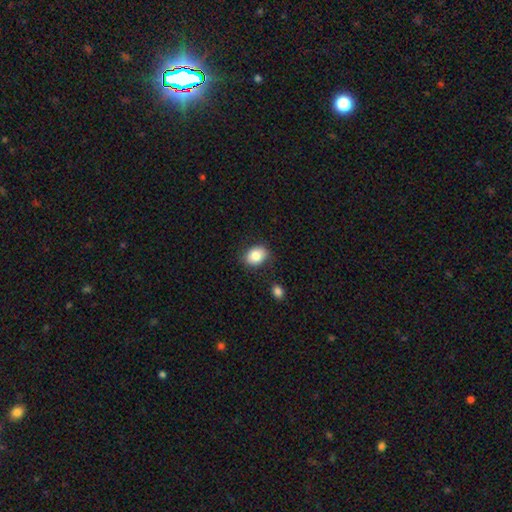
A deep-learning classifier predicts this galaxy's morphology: smooth_or_featured: smooth (p=0.84) [alt: star or artifact p=0.08]
how_rounded: in between (p=0.59) [alt: round p=0.40]
merging: none (p=0.83) [alt: minor disturbance p=0.11]